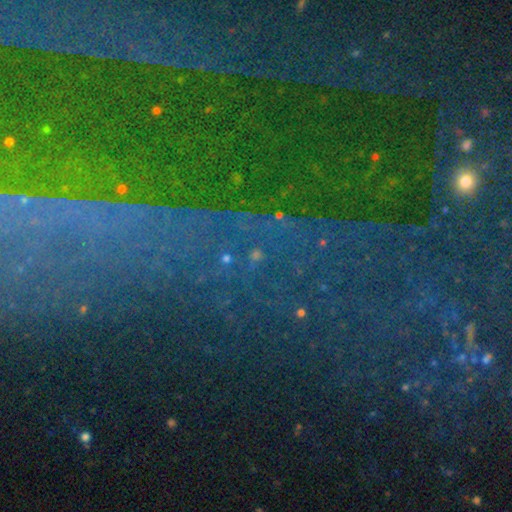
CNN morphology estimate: The model was most divided on "smooth or featured": star or artifact: 78%, smooth: 13%, featured or disk: 10%.